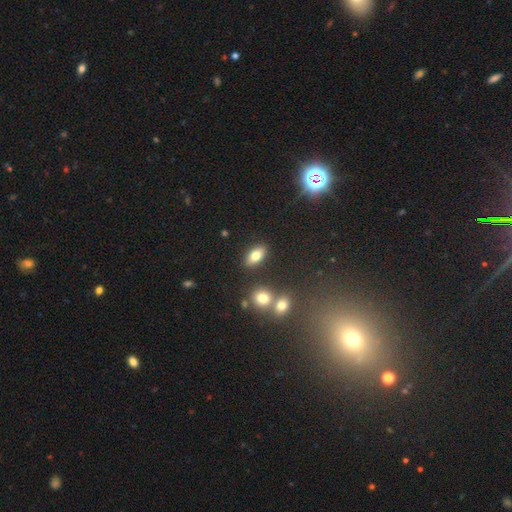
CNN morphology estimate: This is likely a smooth galaxy (77%). How rounded: clearly in between (86%). Merging: clearly none (82%).